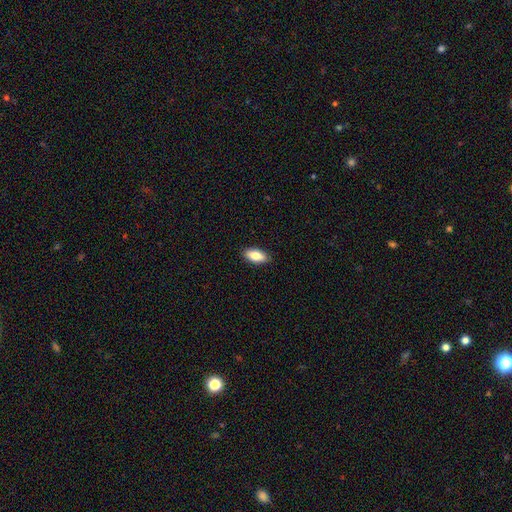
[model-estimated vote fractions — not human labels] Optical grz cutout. It shows a smooth galaxy with no disk features (81%) that is in between round and cigar-shaped (86%). Merging: none (89%).